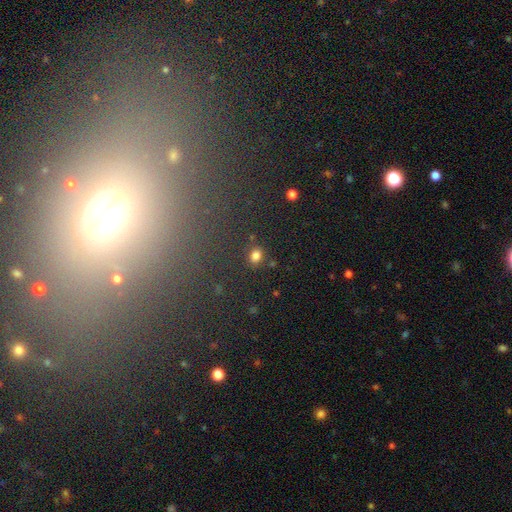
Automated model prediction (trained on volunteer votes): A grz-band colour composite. It shows a smooth galaxy with no disk features (81%) that is in between round and cigar-shaped (50%). Merging: none (84%).